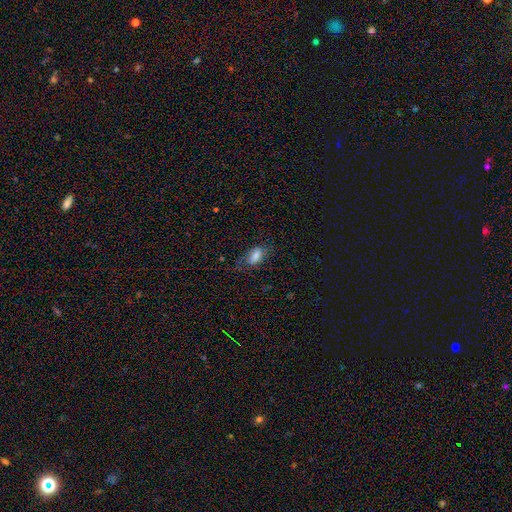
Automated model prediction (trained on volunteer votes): Smooth or featured? smooth (72%)
How rounded? in between (89%)
Merging? none (59%)